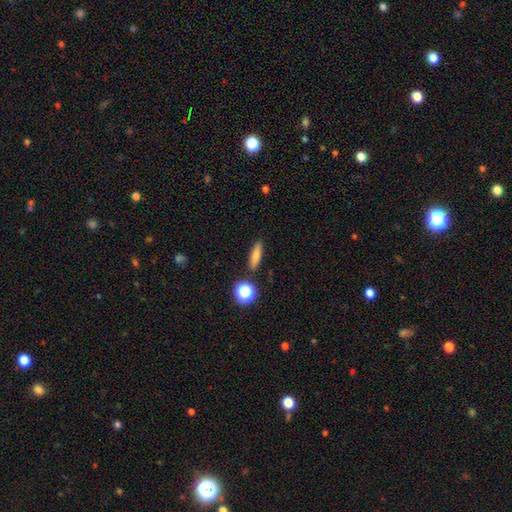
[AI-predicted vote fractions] Smooth or featured? Predicted: smooth (p=0.79). How rounded? Predicted: cigar-shaped (p=0.55). Merging? Predicted: none (p=0.88).